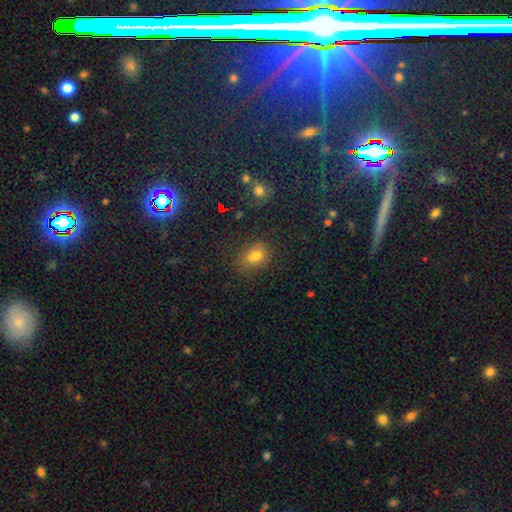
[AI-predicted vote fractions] A smooth galaxy with no disk features (64%) that is round (49%, tied with in between).

Vote fractions:
- Smooth or featured? smooth: 64% / star or artifact: 24% / featured or disk: 13%
- How rounded? round: 49% (tied) / in between: 49% (tied) / cigar-shaped: 2%
- Merging? none: 47% / merger: 33% / minor disturbance: 14% / major disturbance: 6%